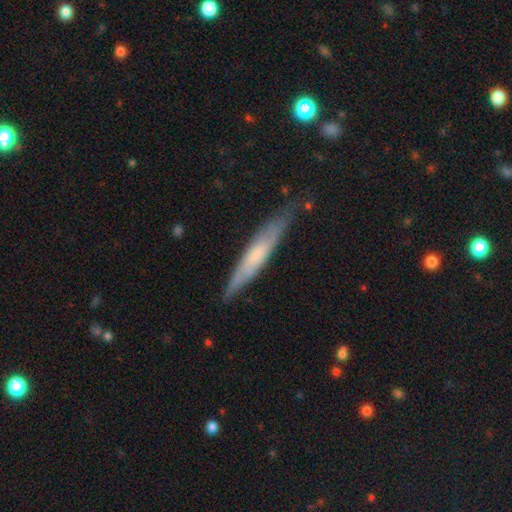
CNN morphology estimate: This appears to be a smooth galaxy with no disk features (50%). Merging: none (79%).